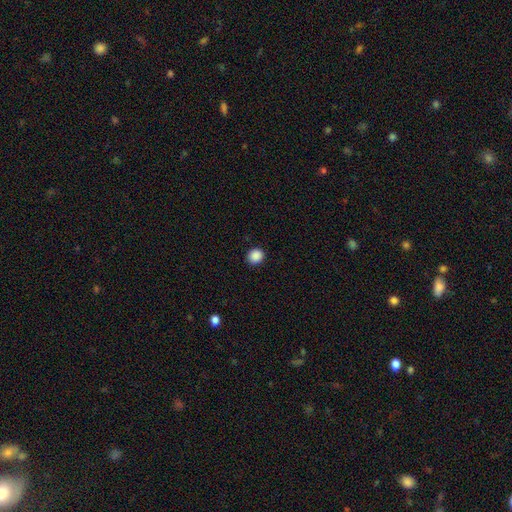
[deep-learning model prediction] Smooth or featured? smooth (89%)
How rounded? round (82%)
Merging? none (91%)